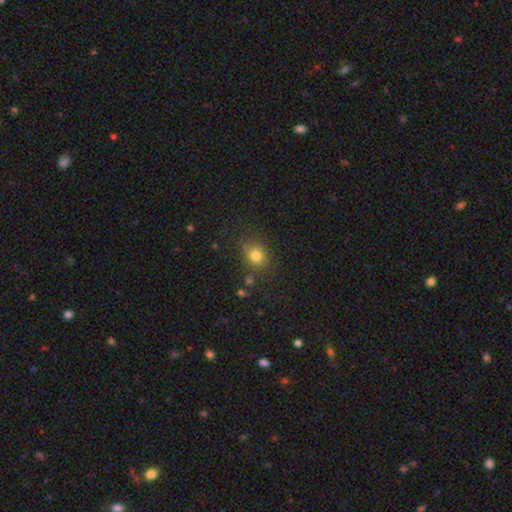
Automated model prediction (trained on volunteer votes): This appears to be a smooth galaxy with no disk features (79%) that is round (63%). Merging: none (77%).